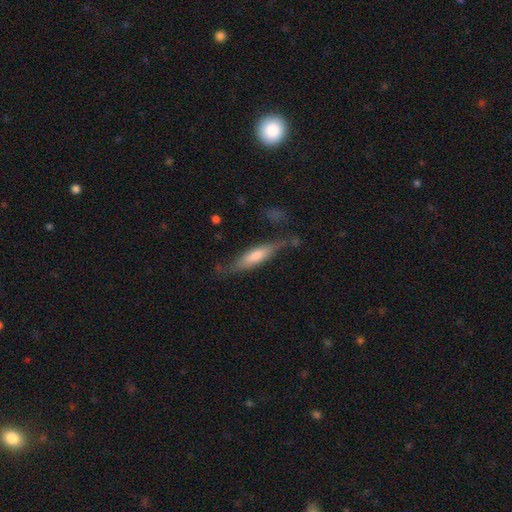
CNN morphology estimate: Overall: featured or disk (53%; smooth 39%). Edge-on disk: yes (82%). Merging: none (68%).